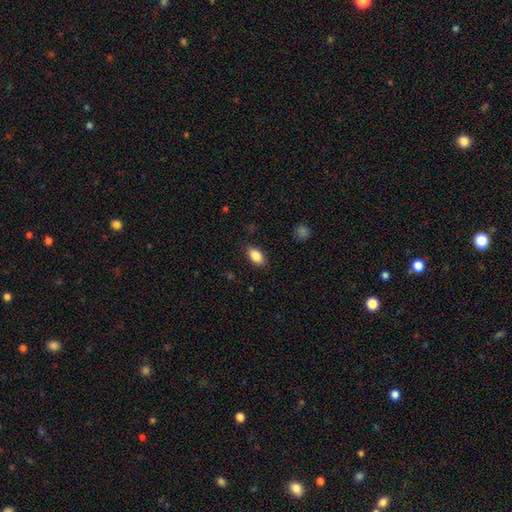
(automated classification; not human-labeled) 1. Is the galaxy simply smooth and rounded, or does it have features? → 87% smooth, 8% star or artifact, 6% featured or disk.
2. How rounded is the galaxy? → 92% in between, 6% round, 2% cigar-shaped.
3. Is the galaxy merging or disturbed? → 86% none, 11% minor disturbance, 3% major disturbance, 1% merger.